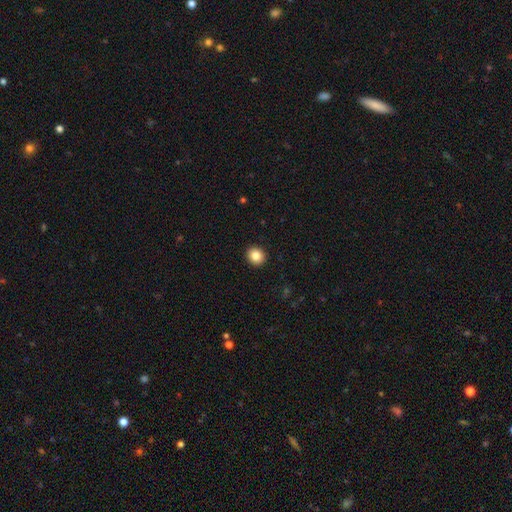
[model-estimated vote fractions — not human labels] A smooth galaxy with no disk features (86%) that is round (80%).

Vote fractions:
- Smooth or featured? smooth: 86% / star or artifact: 9% / featured or disk: 5%
- How rounded? round: 80% / in between: 19% / cigar-shaped: 1%
- Merging? none: 93% / minor disturbance: 5% / major disturbance: 2% / merger: 1%